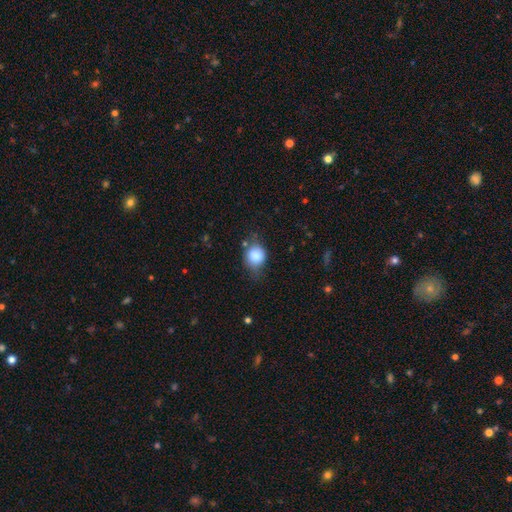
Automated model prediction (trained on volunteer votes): A smooth galaxy with no disk features (83%) that is round (69%). Merging: none (56%).